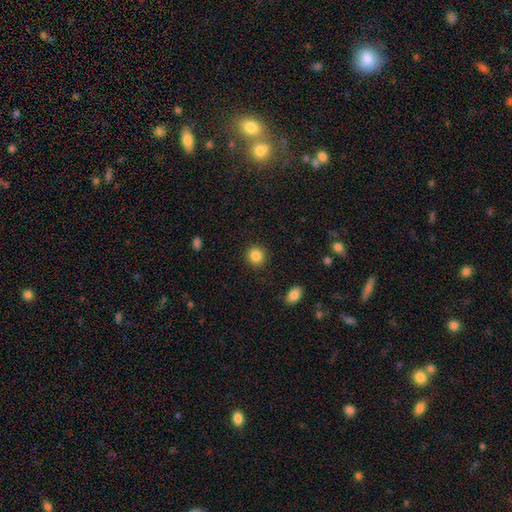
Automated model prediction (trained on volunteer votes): smooth 86%, star or artifact 10%, featured or disk 5%. Down the decision tree: how rounded — round (88%); merging — none (90%).